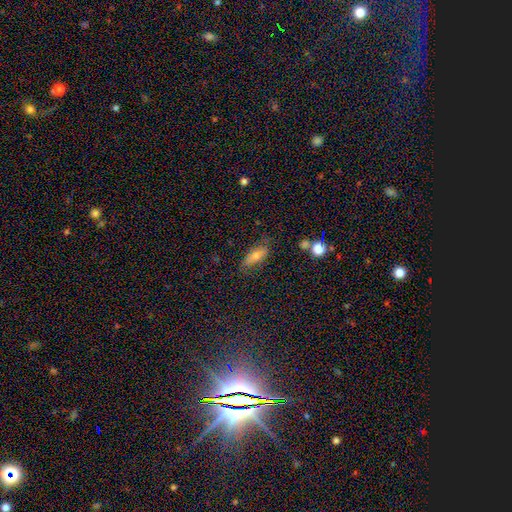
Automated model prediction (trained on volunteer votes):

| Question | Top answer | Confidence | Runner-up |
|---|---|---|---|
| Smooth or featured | smooth | 64% | featured or disk (23%) |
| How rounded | in between | 72% | cigar-shaped (23%) |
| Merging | none | 71% | minor disturbance (21%) |